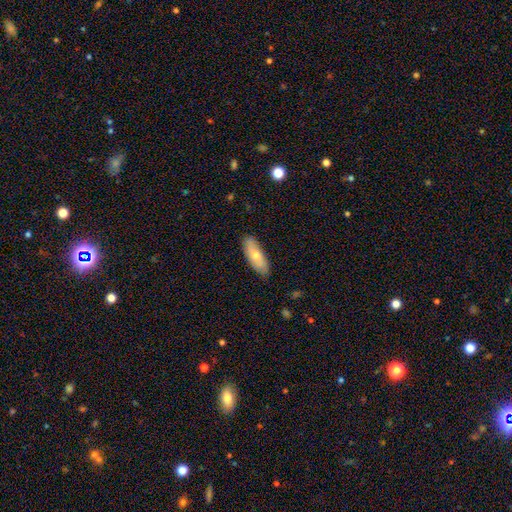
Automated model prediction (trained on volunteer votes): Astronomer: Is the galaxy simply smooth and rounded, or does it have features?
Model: smooth — 67%.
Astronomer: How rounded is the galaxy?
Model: in between — 68%.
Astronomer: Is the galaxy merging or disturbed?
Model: none — 81%.